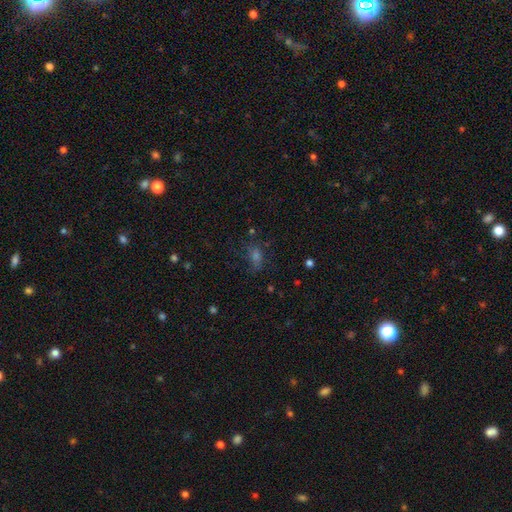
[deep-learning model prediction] smooth_or_featured: smooth (p=0.48) [alt: star or artifact p=0.34]
merging: none (p=0.63) [alt: minor disturbance p=0.20]